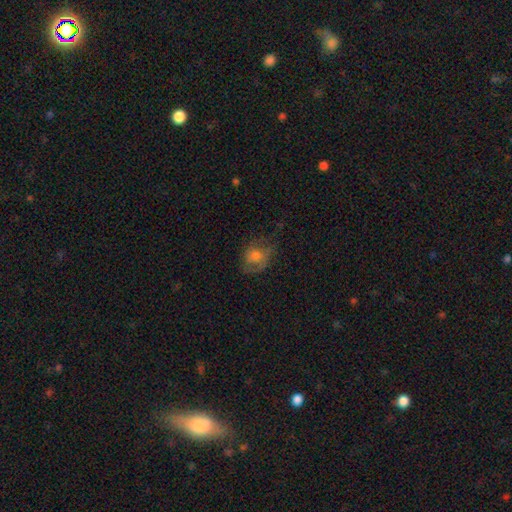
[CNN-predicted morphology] type=smooth (47%); merging=none (53%).